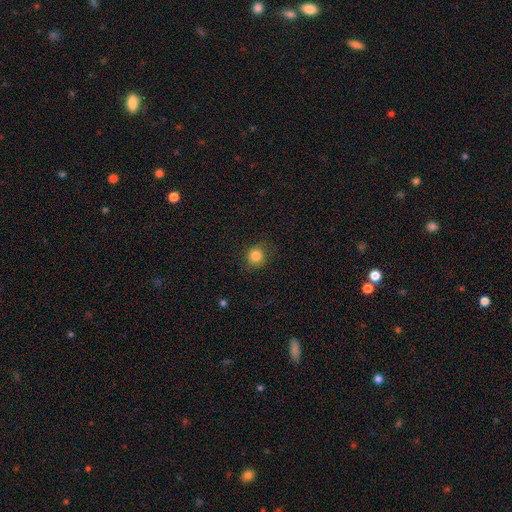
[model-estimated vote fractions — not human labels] smooth 83%, star or artifact 11%, featured or disk 6%. Down the decision tree: how rounded — round (85%); merging — none (81%).